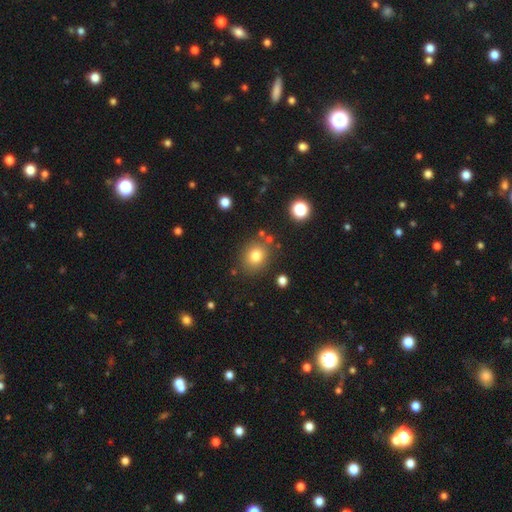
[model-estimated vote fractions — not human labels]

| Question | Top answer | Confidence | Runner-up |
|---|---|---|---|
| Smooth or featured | smooth | 78% | star or artifact (13%) |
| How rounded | round | 71% | in between (28%) |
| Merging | none | 82% | minor disturbance (10%) |